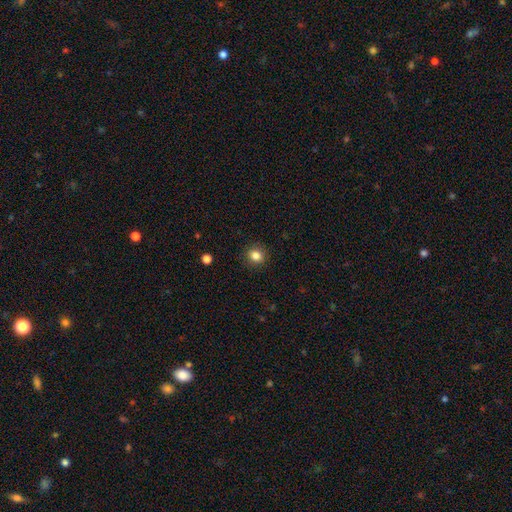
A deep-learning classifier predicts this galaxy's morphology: Overall: smooth (84%). How rounded: round (85%). Merging: none (91%).